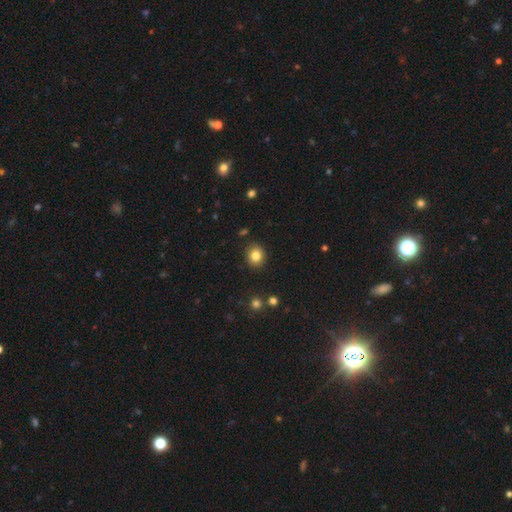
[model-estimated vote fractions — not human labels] Smooth or featured? smooth (83%)
How rounded? round (78%)
Merging? none (89%)